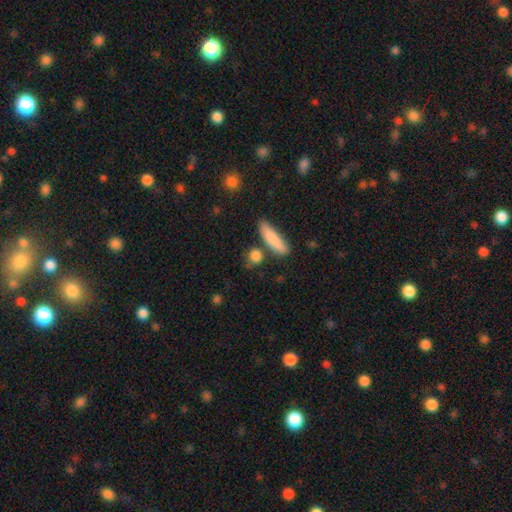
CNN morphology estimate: Smooth or featured: smooth — 84% (featured or disk — 8%)
How rounded: round — 45% (cigar-shaped — 30%)
Merging: none — 74% (minor disturbance — 12%)